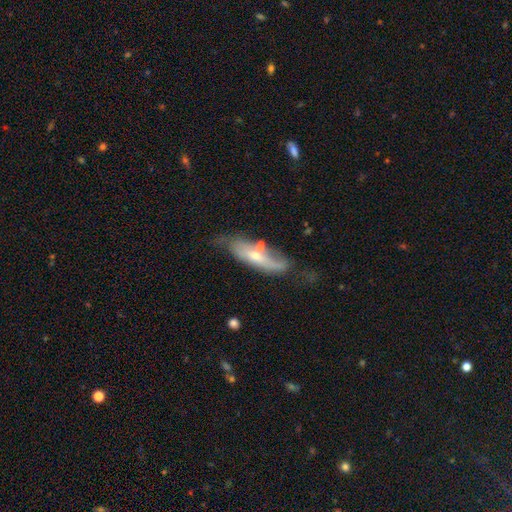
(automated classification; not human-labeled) Smooth or featured? featured or disk (56%)
Edge-on disk? no (65%)
Merging? none (43%)